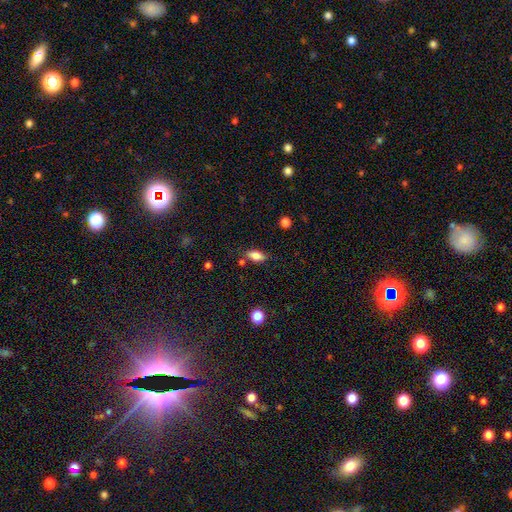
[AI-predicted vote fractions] Smooth or featured: smooth — 81% (featured or disk — 10%)
How rounded: in between — 86% (cigar-shaped — 9%)
Merging: none — 76% (minor disturbance — 15%)